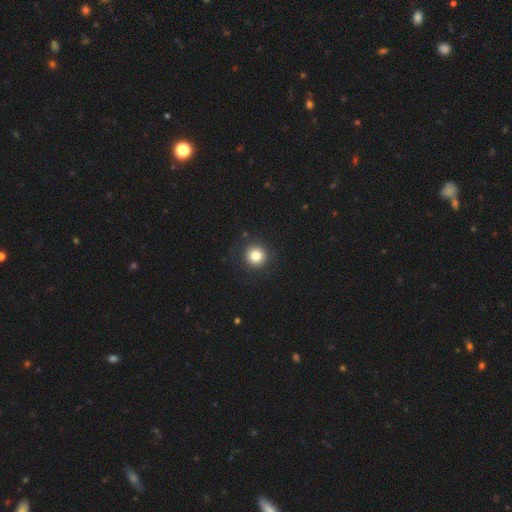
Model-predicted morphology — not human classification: Smooth or featured?
  - smooth: 82% *
  - star or artifact: 11%
  - featured or disk: 7%
How rounded?
  - round: 95% *
  - in between: 4%
  - cigar-shaped: 1%
Merging?
  - none: 90% *
  - minor disturbance: 7%
  - major disturbance: 3%
  - merger: 1%